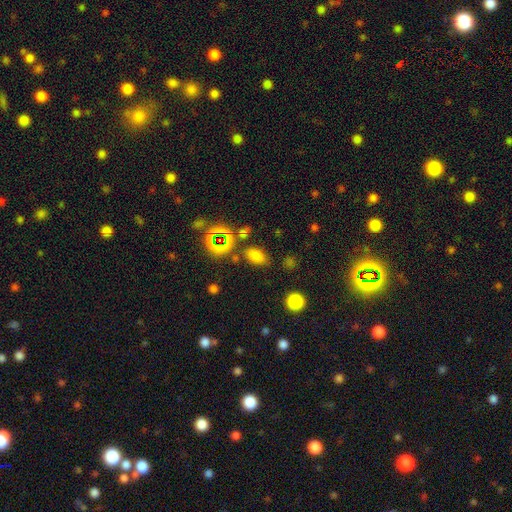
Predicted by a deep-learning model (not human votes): The model was most divided on "smooth or featured": smooth: 71%, star or artifact: 22%, featured or disk: 8%. More confident: how rounded — in between (85%); merging — none (77%).